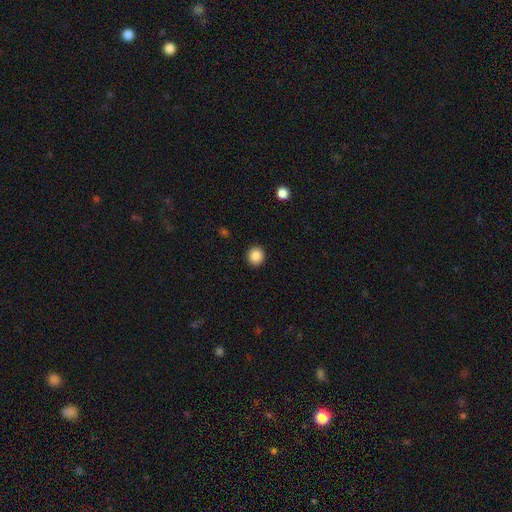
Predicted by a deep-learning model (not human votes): smooth-or-featured: smooth: 87% | star or artifact: 9% | featured or disk: 4%
  how-rounded: round: 86% | in between: 13% | cigar-shaped: 1%
  merging: none: 92% | minor disturbance: 5% | major disturbance: 2% | merger: 1%